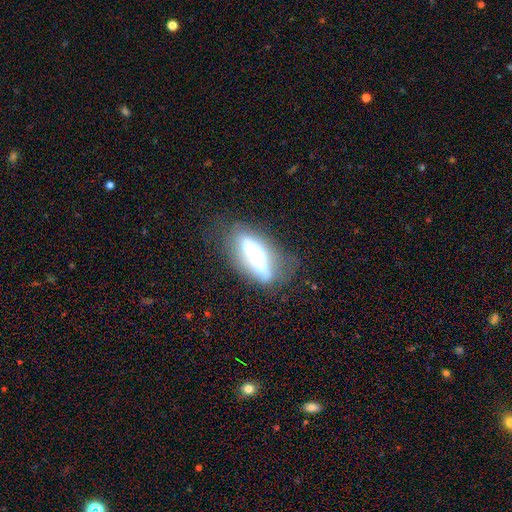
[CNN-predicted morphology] The model was most divided on "edge-on disk": yes: 59%, no: 41%. More confident: smooth or featured — featured or disk (59%); merging — none (54%).